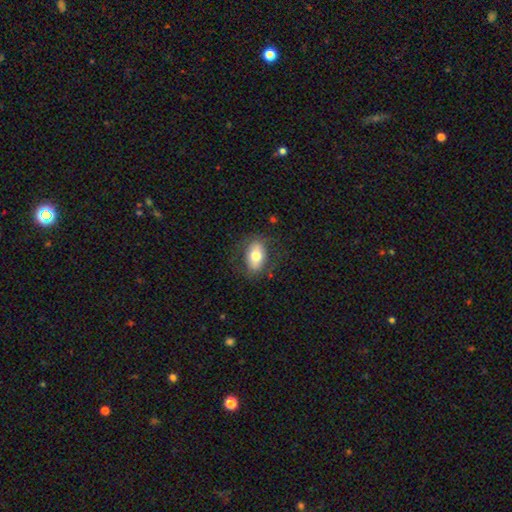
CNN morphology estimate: Overall: smooth (70%). How rounded: in between (88%). Merging: none (77%).